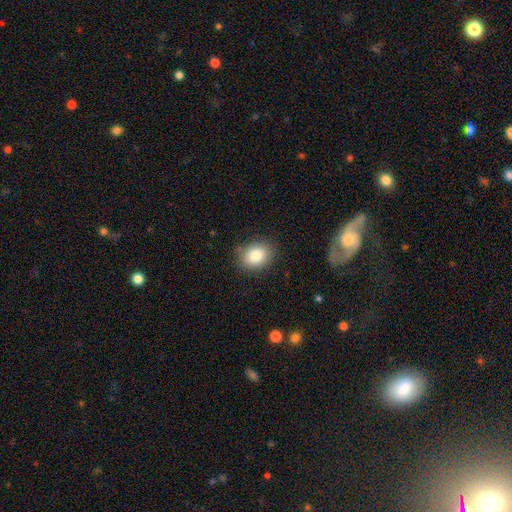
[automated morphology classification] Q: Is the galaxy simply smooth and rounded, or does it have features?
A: smooth — 83%.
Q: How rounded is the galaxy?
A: in between — 50%.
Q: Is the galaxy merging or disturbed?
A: none — 83%.